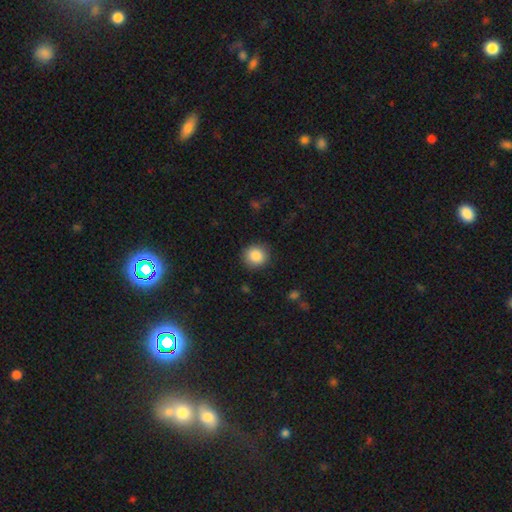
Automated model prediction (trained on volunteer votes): A smooth galaxy with no disk features (88%) that is round (90%).

Vote fractions:
- Smooth or featured? smooth: 88% / star or artifact: 9% / featured or disk: 4%
- How rounded? round: 90% / in between: 9% / cigar-shaped: 1%
- Merging? none: 88% / minor disturbance: 8% / major disturbance: 2% / merger: 1%